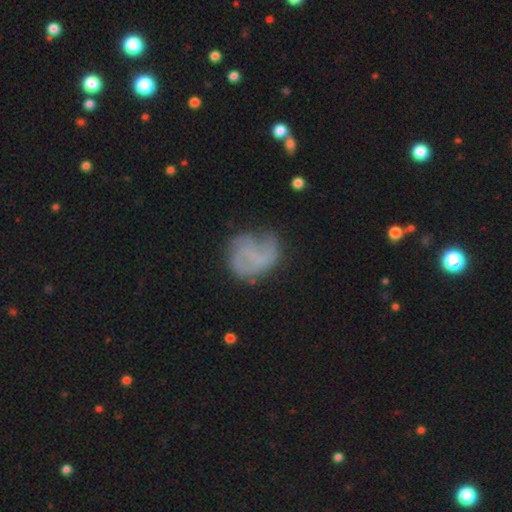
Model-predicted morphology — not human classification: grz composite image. It shows a featured or disk galaxy (51%). Merging: none (53%).